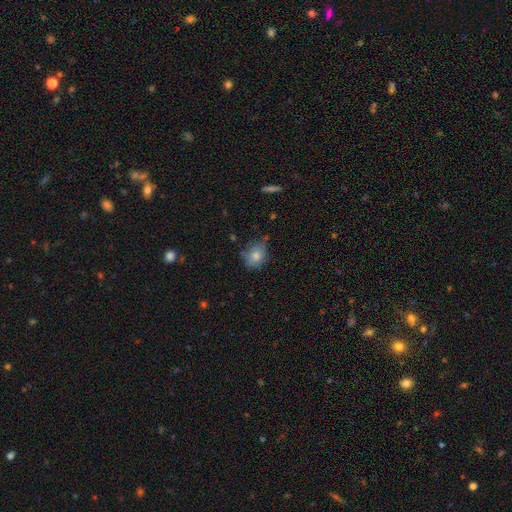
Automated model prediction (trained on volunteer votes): Smooth or featured: smooth — 79% (featured or disk — 12%)
How rounded: in between — 57% (round — 42%)
Merging: none — 68% (minor disturbance — 24%)